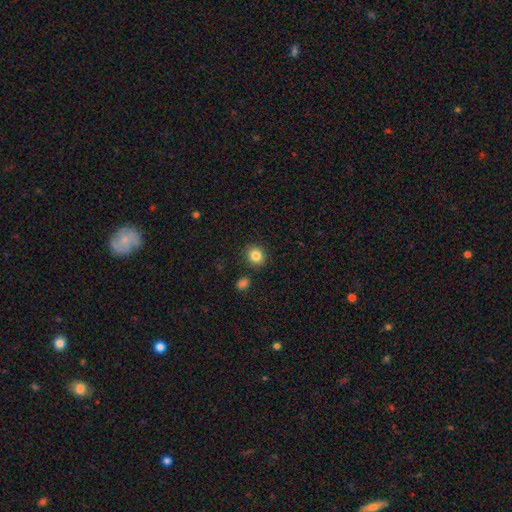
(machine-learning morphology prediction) Q: Smooth or featured?
A: smooth (85%); runner-up: star or artifact (10%)
Q: How rounded?
A: round (83%); runner-up: in between (16%)
Q: Merging?
A: none (87%); runner-up: minor disturbance (7%)